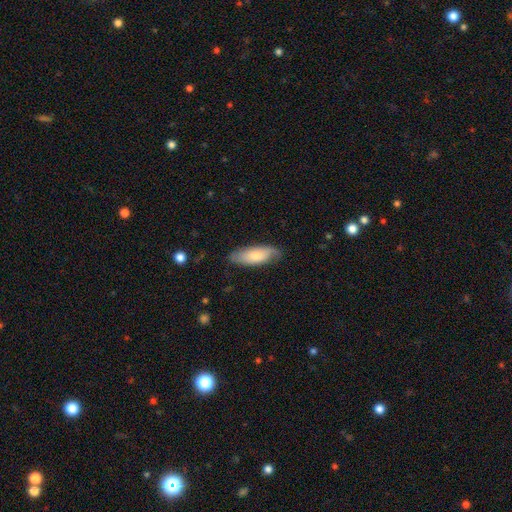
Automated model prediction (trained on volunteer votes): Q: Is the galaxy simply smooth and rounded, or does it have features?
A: smooth — 68%.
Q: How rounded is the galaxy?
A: in between — 72%.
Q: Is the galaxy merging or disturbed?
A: none — 74%.